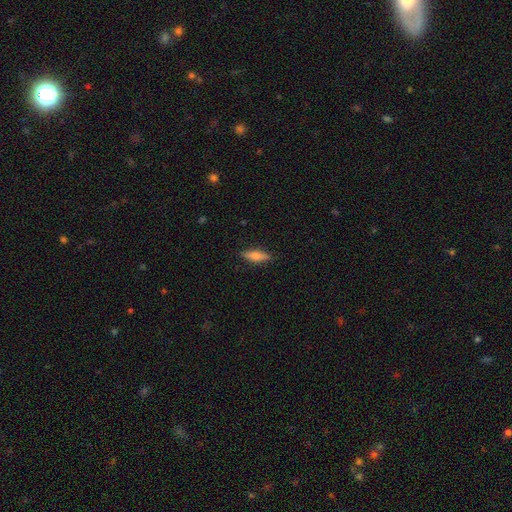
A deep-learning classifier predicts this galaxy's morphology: Smooth or featured?
  - smooth: 68% *
  - featured or disk: 25%
  - star or artifact: 7%
How rounded?
  - cigar-shaped: 54% *
  - in between: 43%
  - round: 2%
Merging?
  - none: 87% *
  - minor disturbance: 10%
  - major disturbance: 2%
  - merger: 1%